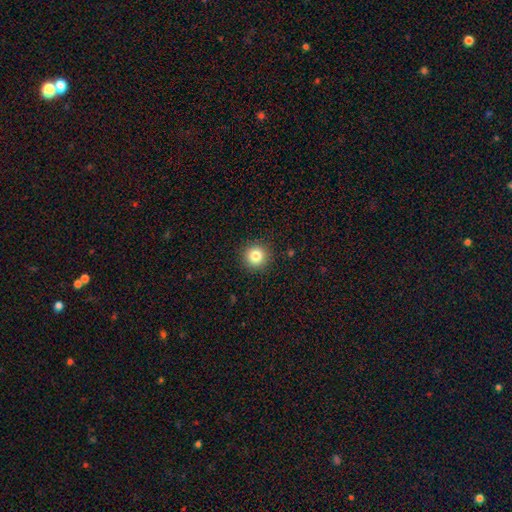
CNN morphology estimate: smooth-or-featured: smooth: 83% | star or artifact: 11% | featured or disk: 6%
  how-rounded: round: 95% | in between: 4% | cigar-shaped: 1%
  merging: none: 91% | minor disturbance: 6% | major disturbance: 2% | merger: 1%